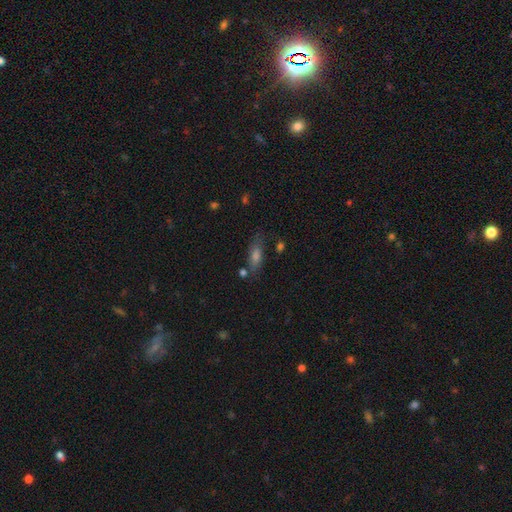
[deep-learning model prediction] Q: Smooth or featured?
A: smooth (60%); runner-up: featured or disk (22%)
Q: How rounded?
A: in between (57%); runner-up: cigar-shaped (37%)
Q: Merging?
A: none (69%); runner-up: minor disturbance (16%)